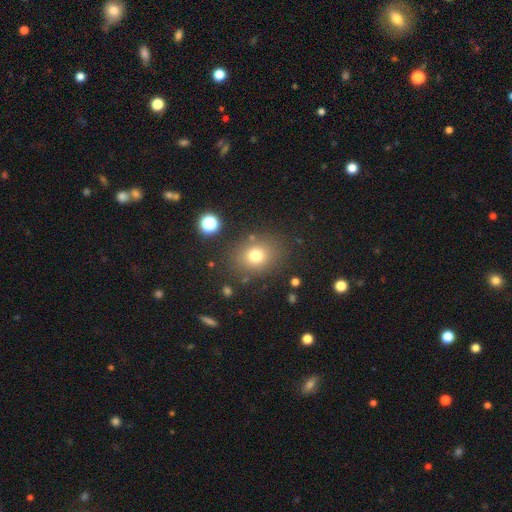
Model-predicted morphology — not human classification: Smooth or featured? Predicted: smooth (p=0.75). How rounded? Predicted: round (p=0.63). Merging? Predicted: none (p=0.82).